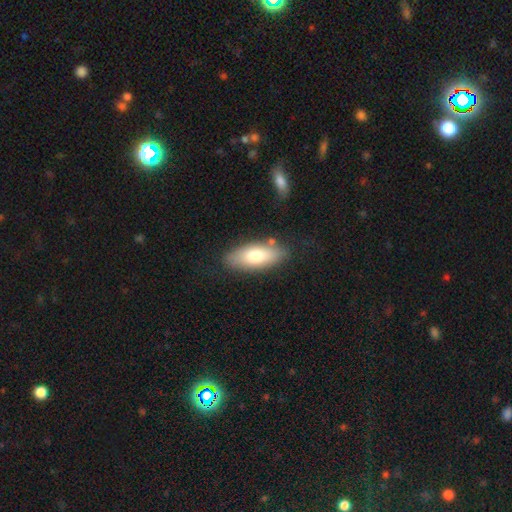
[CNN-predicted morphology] smooth_or_featured: smooth (p=0.73) [alt: featured or disk p=0.21]
how_rounded: in between (p=0.78) [alt: cigar-shaped p=0.20]
merging: none (p=0.80) [alt: minor disturbance p=0.13]